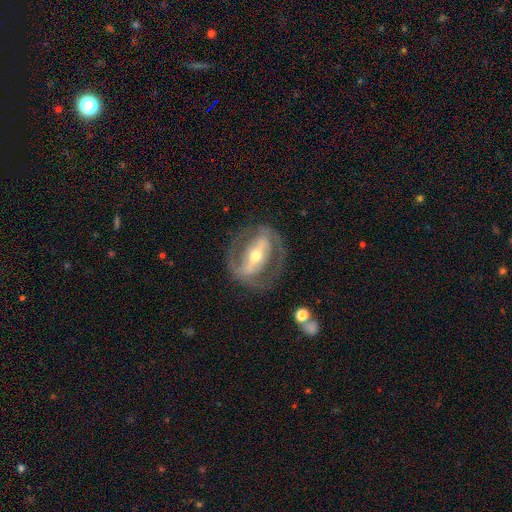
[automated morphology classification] Q: Smooth or featured?
A: featured or disk (85%); runner-up: smooth (10%)
Q: Edge-on disk?
A: no (92%); runner-up: yes (8%)
Q: Bar?
A: strong (67%); runner-up: weak (19%)
Q: Spiral arms?
A: yes (75%); runner-up: no (25%)
Q: Spiral winding?
A: medium (44%); runner-up: tight (40%)
Q: Spiral arm count?
A: 2 (85%); runner-up: can't tell (8%)
Q: Bulge size?
A: moderate (60%); runner-up: small (34%)
Q: Merging?
A: none (76%); runner-up: minor disturbance (13%)